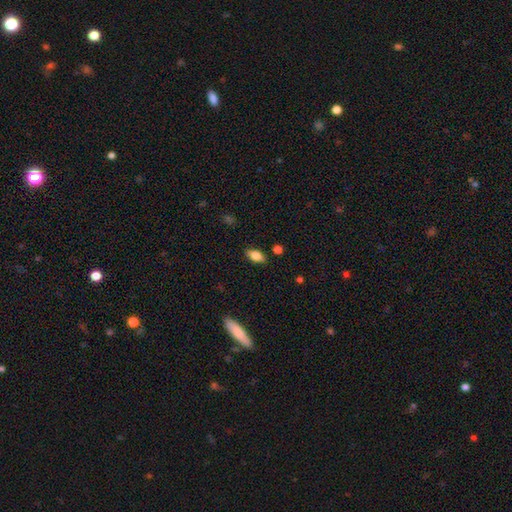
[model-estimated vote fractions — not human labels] smooth 75%, featured or disk 17%, star or artifact 8%. Down the decision tree: how rounded — in between (85%); merging — none (85%).